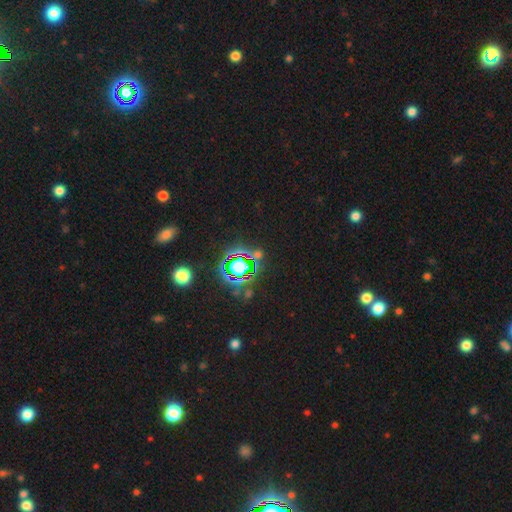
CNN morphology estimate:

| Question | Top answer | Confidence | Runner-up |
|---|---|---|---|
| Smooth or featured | star or artifact | 77% | smooth (14%) |